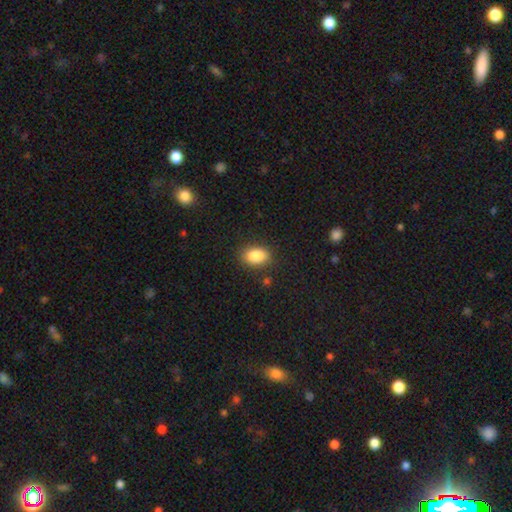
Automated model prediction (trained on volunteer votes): A smooth galaxy with no disk features (87%) that is in between round and cigar-shaped (85%).

Vote fractions:
- Smooth or featured? smooth: 87% / star or artifact: 8% / featured or disk: 5%
- How rounded? in between: 85% / round: 14% / cigar-shaped: 1%
- Merging? none: 85% / minor disturbance: 10% / major disturbance: 3% / merger: 2%